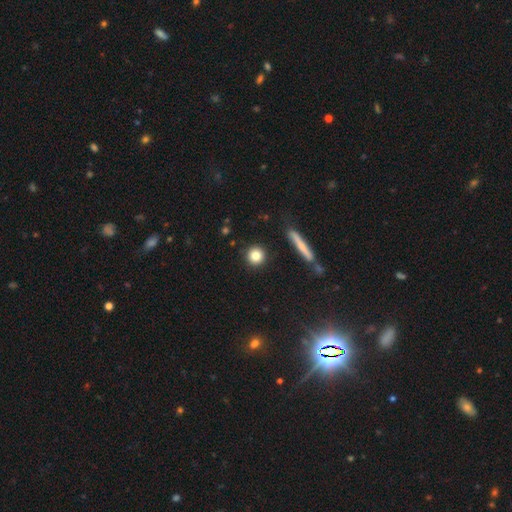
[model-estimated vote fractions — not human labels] smooth 82%, star or artifact 9%, featured or disk 9%. Down the decision tree: how rounded — round (91%); merging — none (89%).